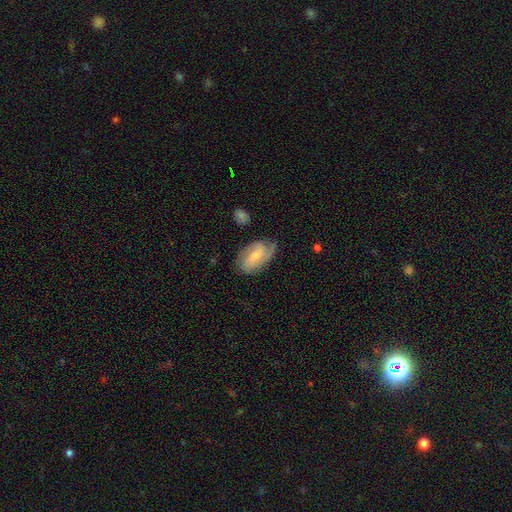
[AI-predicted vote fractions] Smooth or featured: featured or disk — 66% (smooth — 28%)
Edge-on disk: no — 95% (yes — 5%)
Bar: weak — 45% (no — 38%)
Spiral arms: yes — 89% (no — 11%)
Spiral winding: medium — 41% (tight — 36%)
Spiral arm count: 2 — 52% (can't tell — 21%)
Bulge size: small — 54% (moderate — 41%)
Merging: none — 67% (minor disturbance — 23%)